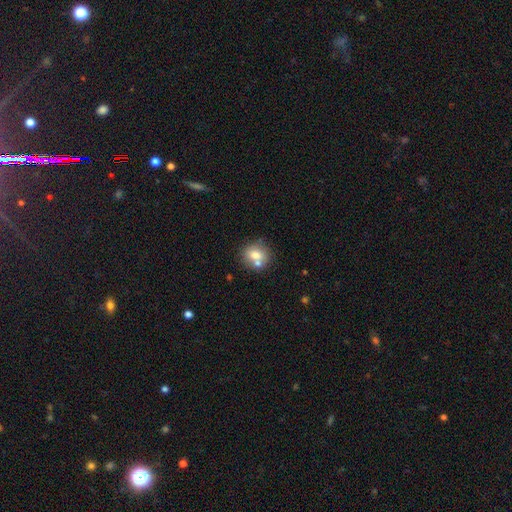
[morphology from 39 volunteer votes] Q: Smooth or featured?
A: smooth (69%); runner-up: featured or disk (21%)
Q: How rounded?
A: round (67%); runner-up: in between (33%)
Q: Merging?
A: none (51%); runner-up: merger (23%)